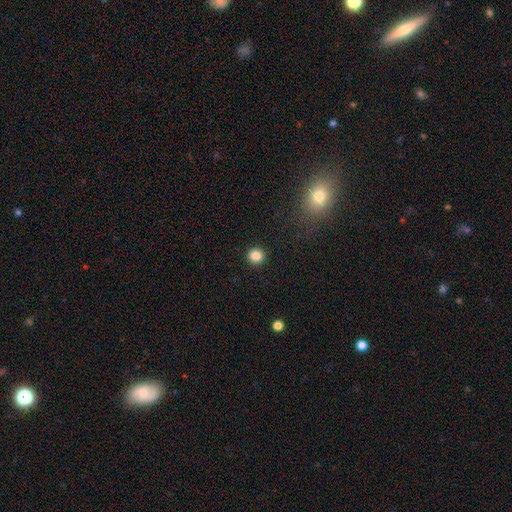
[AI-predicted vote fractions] smooth_or_featured: smooth (p=0.85) [alt: star or artifact p=0.11]
how_rounded: round (p=0.93) [alt: in between p=0.06]
merging: none (p=0.93) [alt: minor disturbance p=0.04]